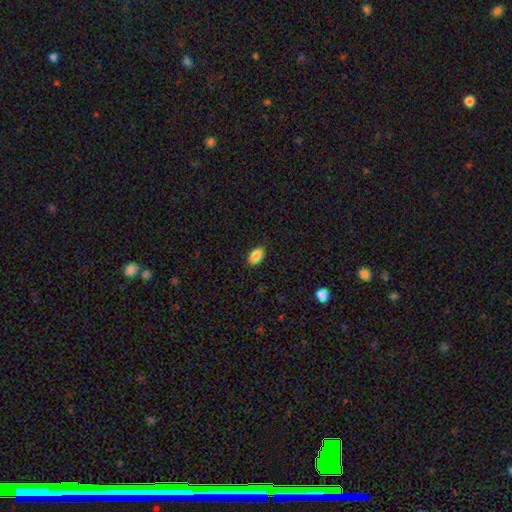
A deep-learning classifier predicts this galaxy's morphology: A smooth galaxy with no disk features (89%) that is in between round and cigar-shaped (89%). Merging: none (86%).